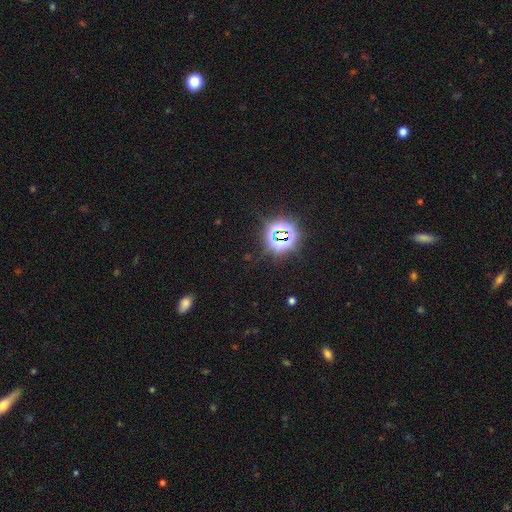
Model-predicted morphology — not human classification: smooth-or-featured: star or artifact: 79% | smooth: 14% | featured or disk: 7%